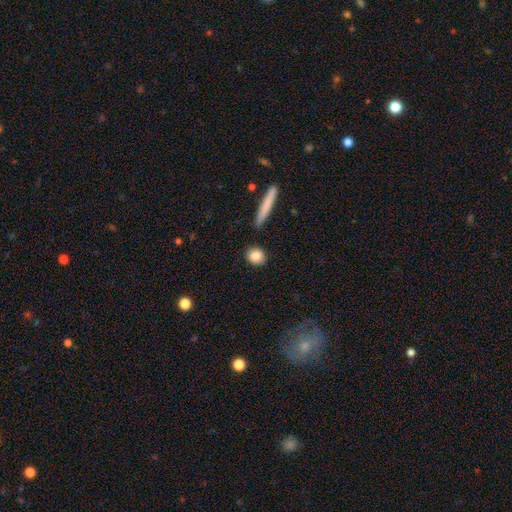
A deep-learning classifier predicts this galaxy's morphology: smooth-or-featured: smooth: 84% | featured or disk: 9% | star or artifact: 8%
  how-rounded: round: 69% | in between: 27% | cigar-shaped: 4%
  merging: none: 88% | minor disturbance: 7% | merger: 2% | major disturbance: 2%